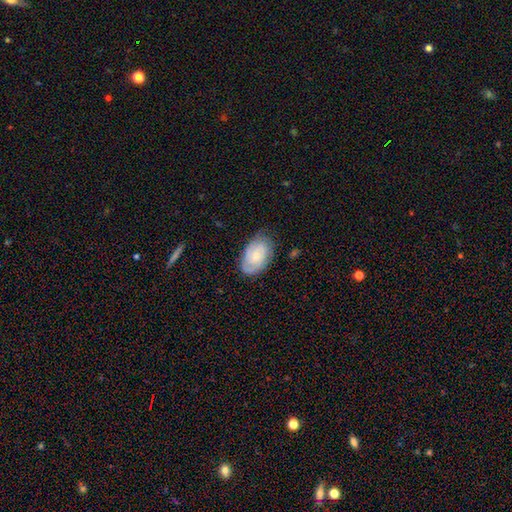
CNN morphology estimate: type=featured or disk (62%); edge-on=no (96%); bar=no (72%); spiral arms=yes (88%); winding=tight (64%); arm count=2 (42%); bulge=small (61%); merging=none (71%).